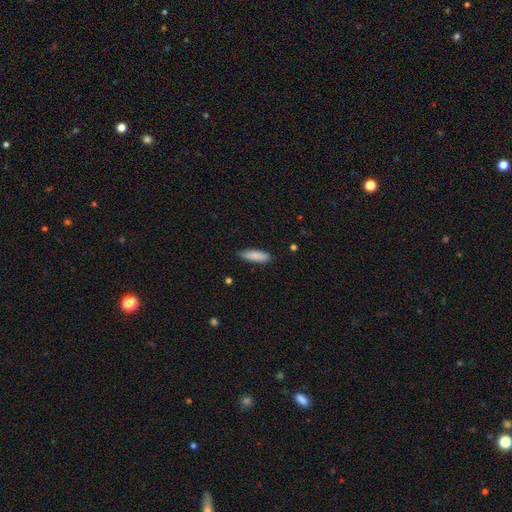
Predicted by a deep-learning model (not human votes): Smooth or featured? Predicted: smooth (p=0.87). How rounded? Predicted: cigar-shaped (p=0.55). Merging? Predicted: none (p=0.85).